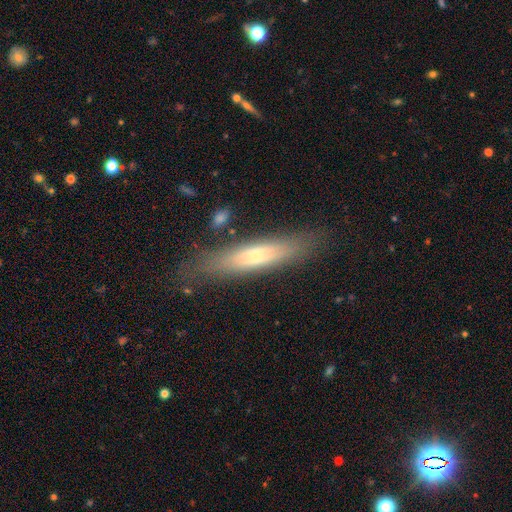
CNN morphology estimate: Smooth or featured?
  - smooth: 50% *
  - featured or disk: 42%
  - star or artifact: 8%
How rounded?
  - cigar-shaped: 81% *
  - in between: 17%
  - round: 2%
Merging?
  - none: 80% *
  - minor disturbance: 13%
  - major disturbance: 5%
  - merger: 2%